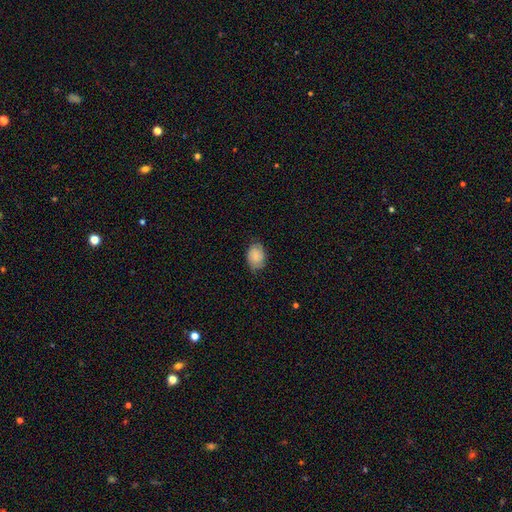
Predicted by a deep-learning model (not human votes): A smooth galaxy with no disk features (70%) that is in between round and cigar-shaped (79%). Merging: none (72%).